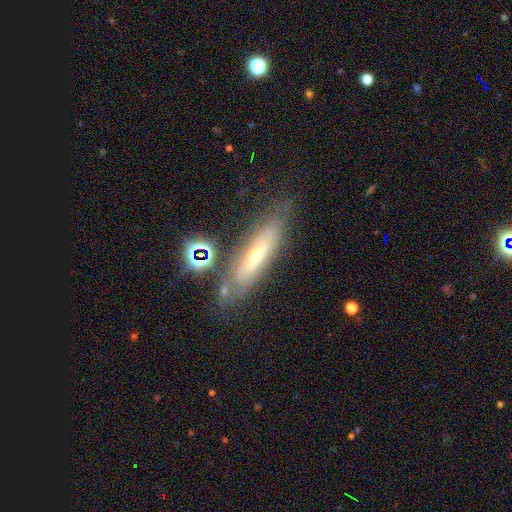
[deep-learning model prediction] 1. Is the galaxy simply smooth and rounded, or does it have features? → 56% featured or disk, 32% smooth, 12% star or artifact.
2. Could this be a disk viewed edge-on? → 55% yes, 45% no.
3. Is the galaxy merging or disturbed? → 70% none, 18% minor disturbance, 7% major disturbance, 5% merger.